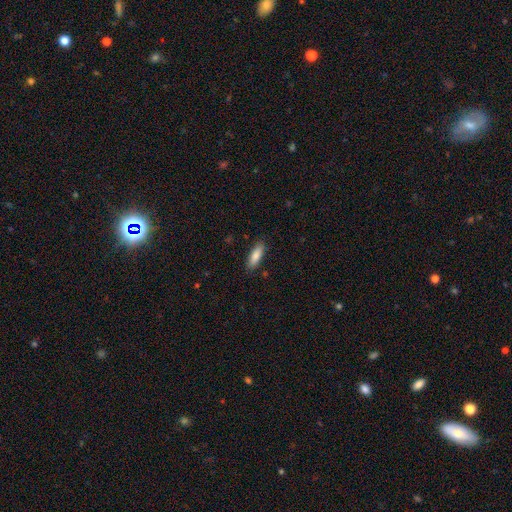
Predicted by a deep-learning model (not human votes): Overall: smooth (85%). How rounded: in between (58%; cigar-shaped 40%). Merging: none (86%).